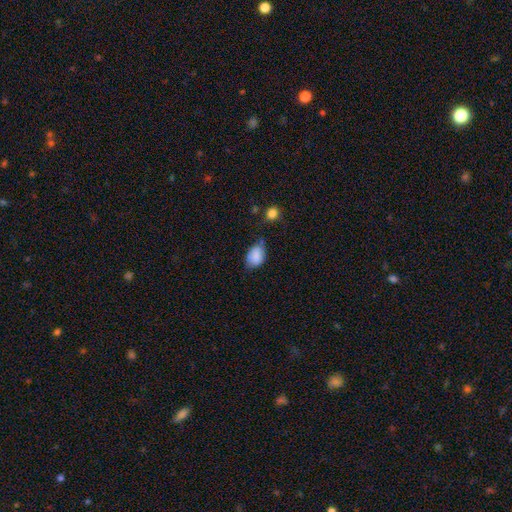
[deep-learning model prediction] smooth 84%, featured or disk 8%, star or artifact 8%. Down the decision tree: how rounded — in between (78%); merging — none (54%).